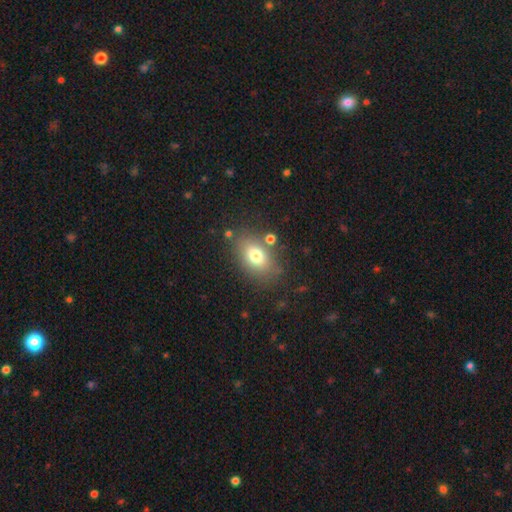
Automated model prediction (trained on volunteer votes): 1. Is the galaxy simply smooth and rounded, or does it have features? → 74% smooth, 14% featured or disk, 11% star or artifact.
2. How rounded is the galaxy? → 80% in between, 18% round, 2% cigar-shaped.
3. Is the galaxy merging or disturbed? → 76% none, 13% minor disturbance, 6% merger, 5% major disturbance.